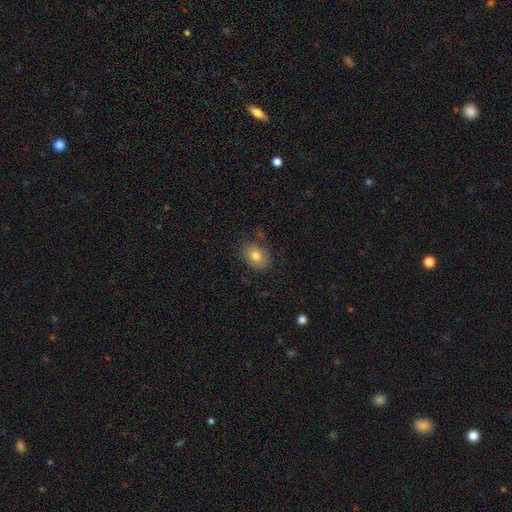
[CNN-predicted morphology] The model was most divided on "how rounded": in between: 70%, round: 29%, cigar-shaped: 1%. More confident: smooth or featured — smooth (78%); merging — none (74%).